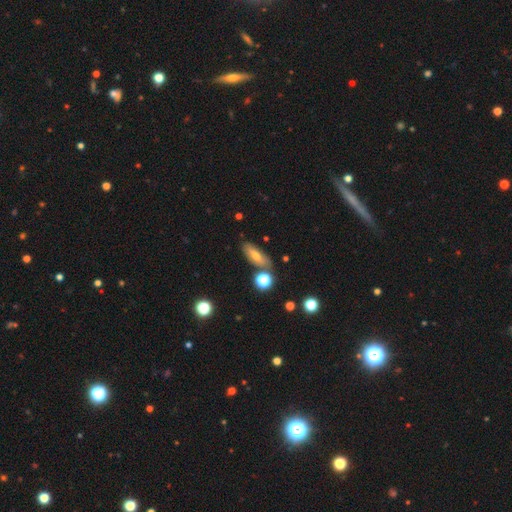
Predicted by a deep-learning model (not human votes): A smooth galaxy with no disk features (61%) that is in between round and cigar-shaped (62%). Merging: none (75%).